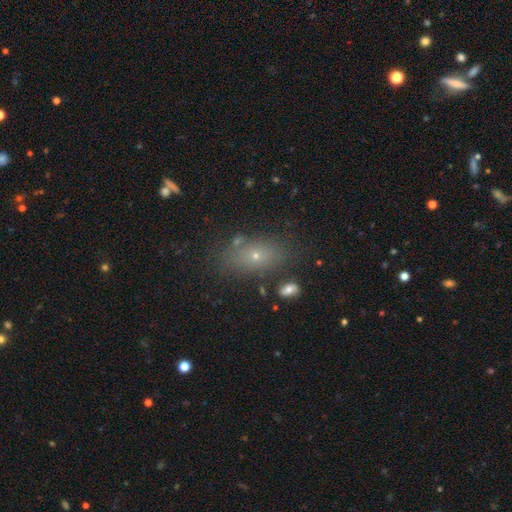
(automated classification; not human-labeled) The model was most divided on "smooth or featured": smooth: 62%, star or artifact: 21%, featured or disk: 17%. More confident: merging — none (78%); how rounded — in between (76%).